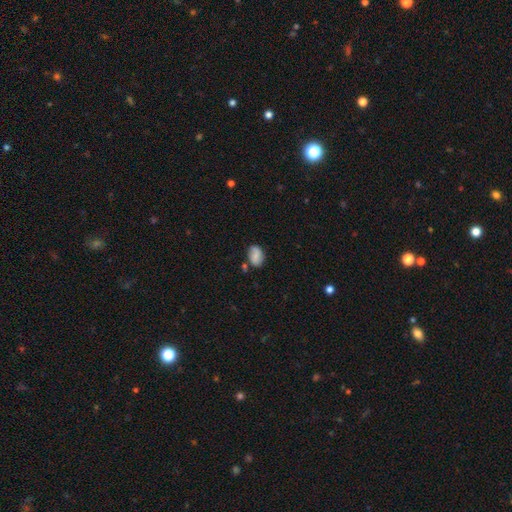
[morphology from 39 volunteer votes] Smooth or featured: smooth — 67% (featured or disk — 26%)
How rounded: in between — 88% (round — 12%)
Merging: none — 78% (minor disturbance — 22%)